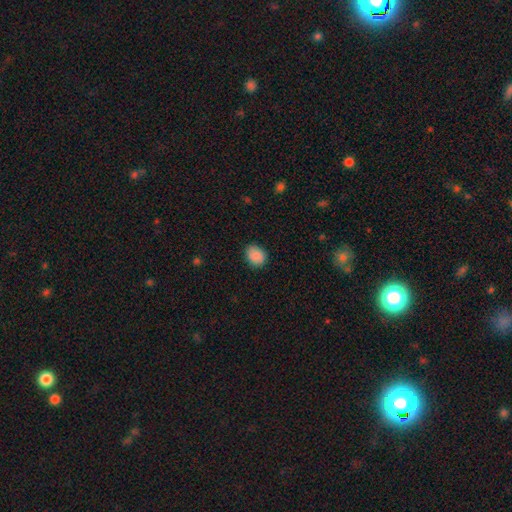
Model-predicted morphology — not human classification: Smooth or featured? Predicted: smooth (p=0.88). How rounded? Predicted: round (p=0.57). Merging? Predicted: none (p=0.84).